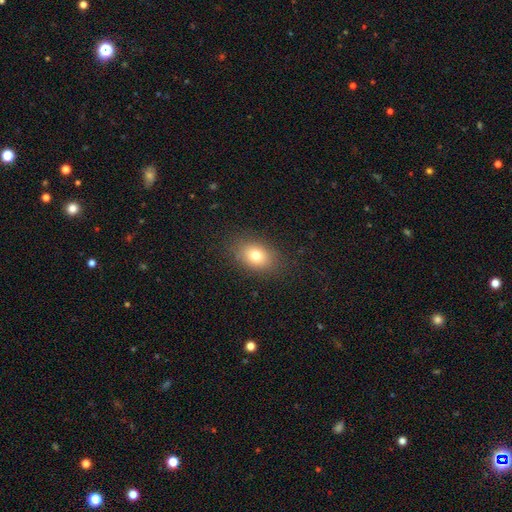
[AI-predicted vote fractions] smooth 77%, star or artifact 12%, featured or disk 11%. Down the decision tree: how rounded — in between (71%); merging — none (86%).